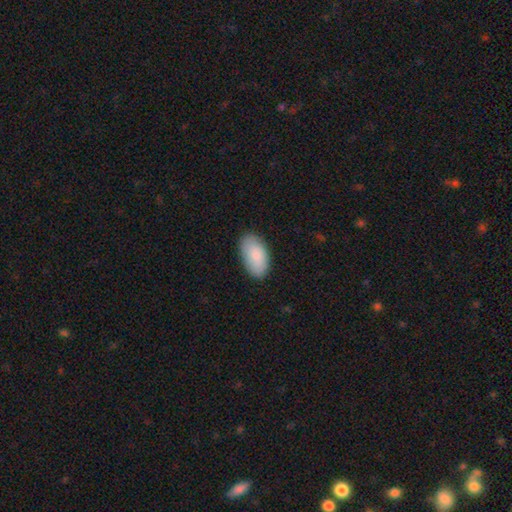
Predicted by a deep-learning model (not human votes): Smooth or featured: smooth — 86% (featured or disk — 8%)
How rounded: in between — 95% (round — 3%)
Merging: none — 84% (minor disturbance — 13%)